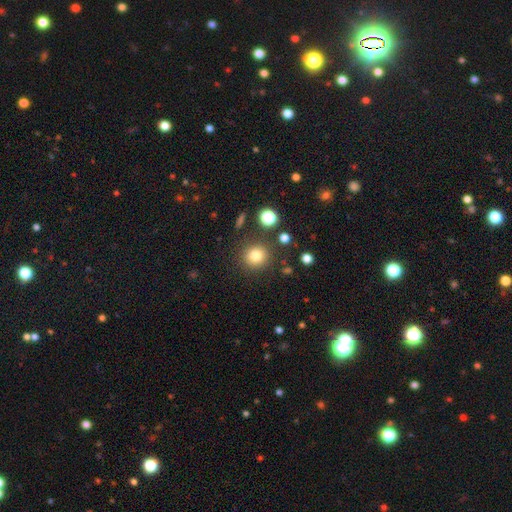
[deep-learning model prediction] This appears to be a smooth galaxy with no disk features (79%) that is round (90%). Merging: none (86%).